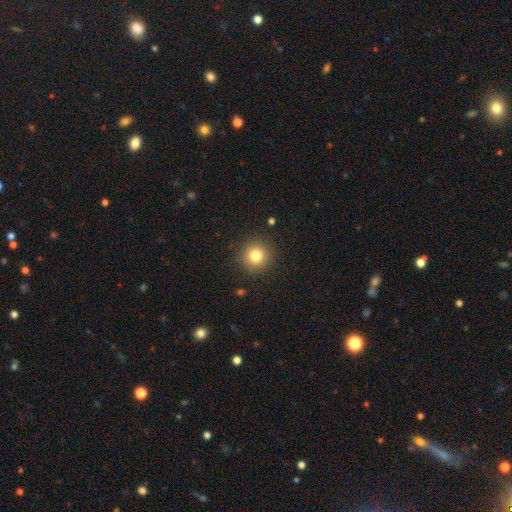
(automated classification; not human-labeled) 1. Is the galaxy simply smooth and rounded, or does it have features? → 81% smooth, 12% star or artifact, 8% featured or disk.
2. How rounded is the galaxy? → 94% round, 5% in between, 1% cigar-shaped.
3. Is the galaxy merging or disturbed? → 90% none, 7% minor disturbance, 3% major disturbance, 1% merger.